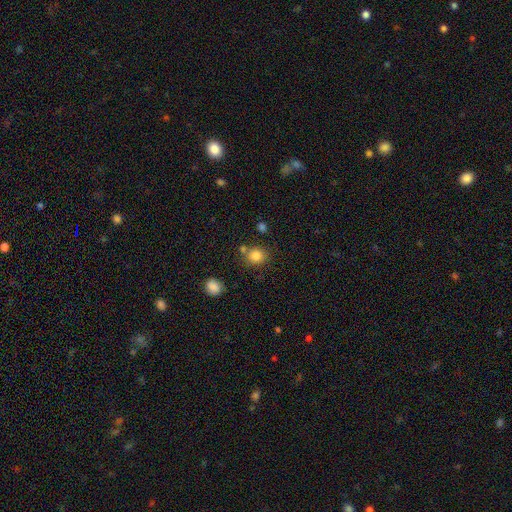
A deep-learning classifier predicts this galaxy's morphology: Smooth or featured?
  - smooth: 83% *
  - star or artifact: 11%
  - featured or disk: 6%
How rounded?
  - round: 79% *
  - in between: 20%
  - cigar-shaped: 1%
Merging?
  - none: 72% *
  - merger: 12%
  - minor disturbance: 12%
  - major disturbance: 4%